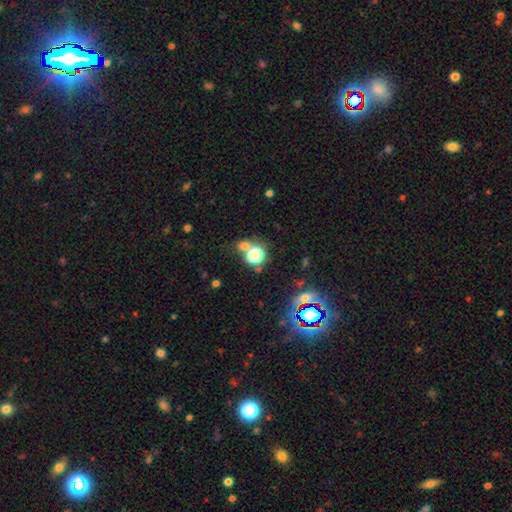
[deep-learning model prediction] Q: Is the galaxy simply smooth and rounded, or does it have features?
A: star or artifact — 47%.